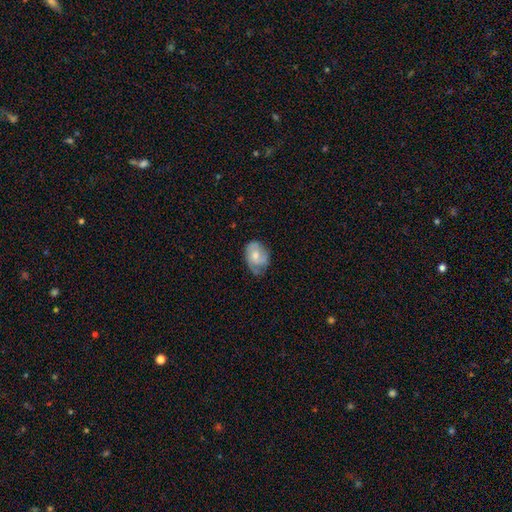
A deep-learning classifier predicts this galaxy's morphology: The model was most divided on "smooth or featured": featured or disk: 49%, smooth: 45%, star or artifact: 7%. More confident: merging — none (54%).